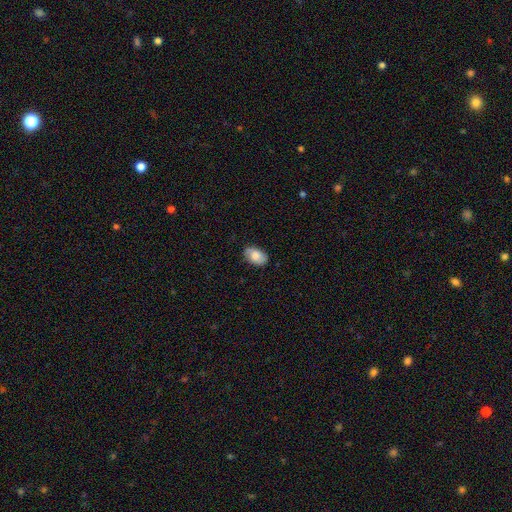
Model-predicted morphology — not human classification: This appears to be a smooth galaxy with no disk features (78%) that is in between round and cigar-shaped (88%). Merging: none (81%).